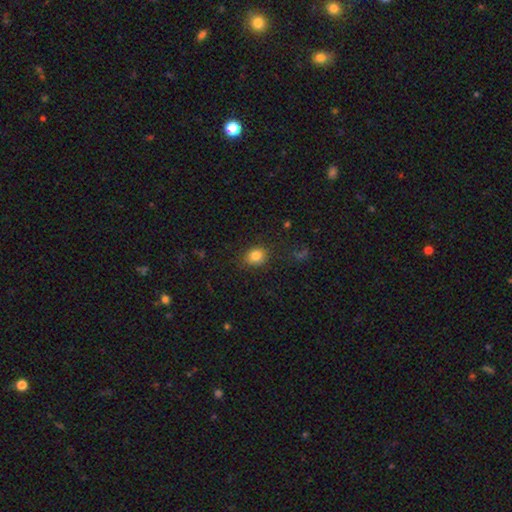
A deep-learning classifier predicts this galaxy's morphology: Smooth or featured: smooth — 82% (star or artifact — 11%)
How rounded: round — 58% (in between — 41%)
Merging: none — 82% (minor disturbance — 12%)